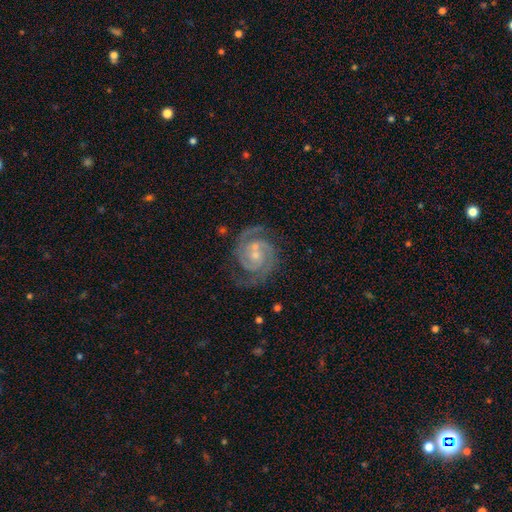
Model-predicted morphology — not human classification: Smooth or featured? Predicted: featured or disk (p=0.92). Edge-on disk? Predicted: no (p=0.98). Bar? Predicted: no (p=0.59). Spiral arms? Predicted: yes (p=0.99). Spiral winding? Predicted: tight (p=0.60). Spiral arm count? Predicted: 2 (p=0.87). Bulge size? Predicted: small (p=0.67). Merging? Predicted: none (p=0.75).